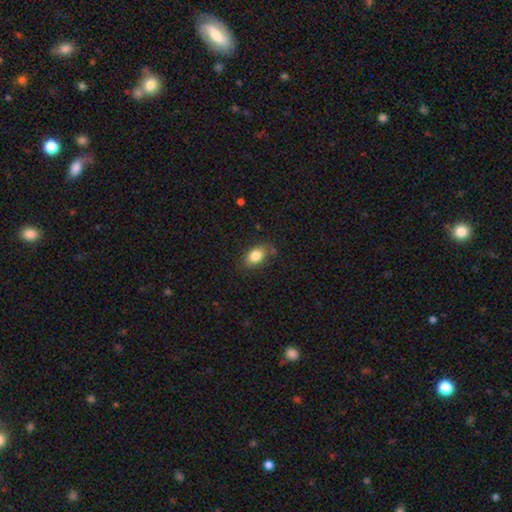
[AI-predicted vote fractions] Smooth or featured? Predicted: smooth (p=0.82). How rounded? Predicted: in between (p=0.85). Merging? Predicted: none (p=0.72).